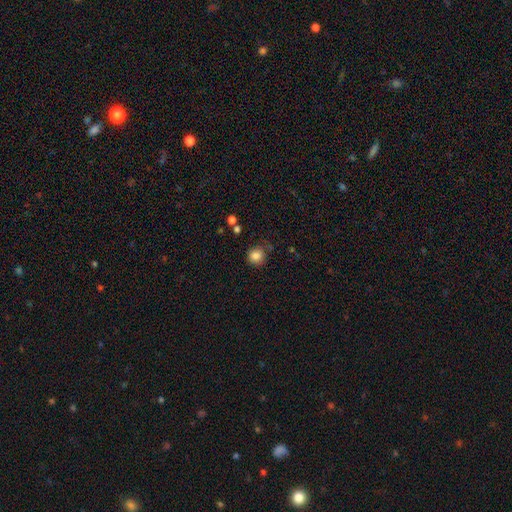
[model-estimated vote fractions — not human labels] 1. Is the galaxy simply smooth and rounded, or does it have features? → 85% smooth, 11% star or artifact, 5% featured or disk.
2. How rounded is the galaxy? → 86% round, 13% in between, 1% cigar-shaped.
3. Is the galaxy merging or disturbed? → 74% none, 17% minor disturbance, 5% major disturbance, 4% merger.